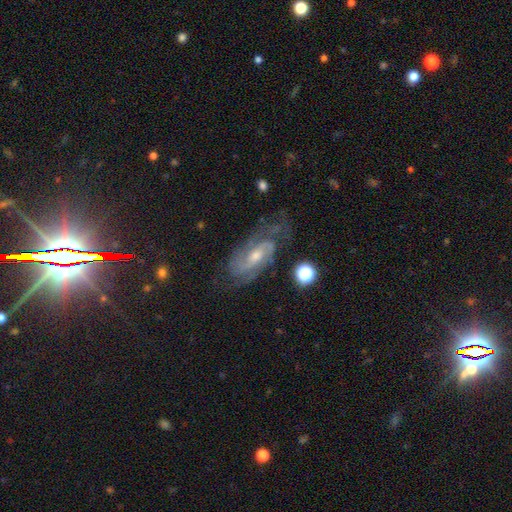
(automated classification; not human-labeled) smooth-or-featured: featured or disk: 85% | smooth: 8% | star or artifact: 7%
  disk-edge-on: no: 94% | yes: 6%
    bar: weak: 44% | no: 42% | strong: 14%
    has-spiral-arms: yes: 96% | no: 4%
      spiral-winding: medium: 45% | tight: 43% | loose: 12%
      spiral-arm-count: 2: 66% | can't tell: 14% | 3: 11% | 1: 3% | 4: 3% | more than 4: 3%
    bulge-size: moderate: 52% | small: 42% | large: 3% | none: 2% | dominant: 1%
  merging: none: 68% | minor disturbance: 19% | major disturbance: 10% | merger: 2%